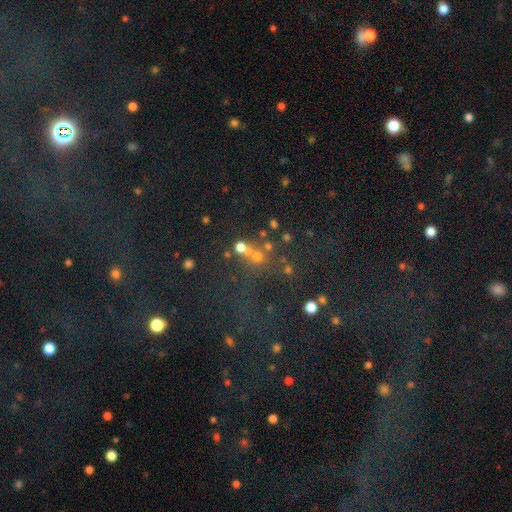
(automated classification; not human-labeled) Smooth or featured? Predicted: star or artifact (p=0.44).